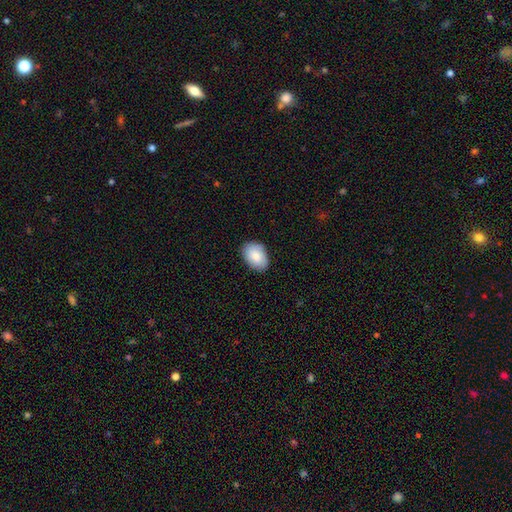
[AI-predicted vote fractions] A smooth galaxy with no disk features (86%) that is in between round and cigar-shaped (86%). Merging: none (84%).